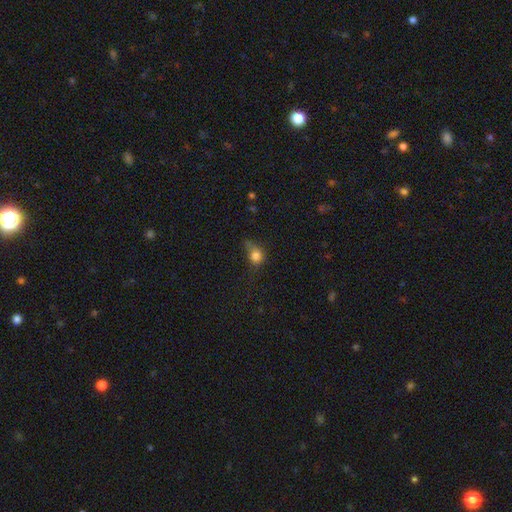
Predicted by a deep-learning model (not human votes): smooth-or-featured: smooth: 78% | star or artifact: 12% | featured or disk: 10%
  how-rounded: round: 63% | in between: 34% | cigar-shaped: 2%
  merging: none: 35% | minor disturbance: 34% | major disturbance: 26% | merger: 5%